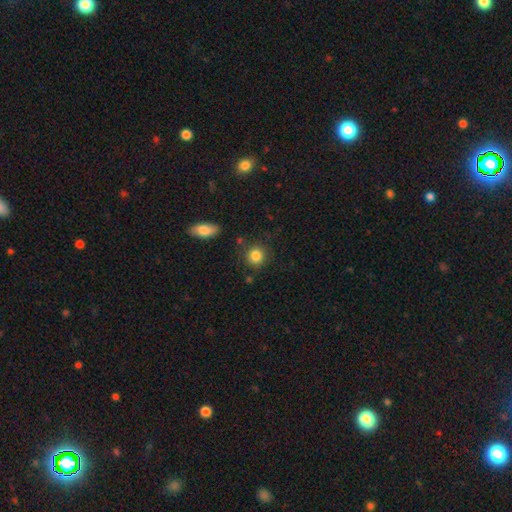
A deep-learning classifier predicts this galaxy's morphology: Smooth or featured? Predicted: smooth (p=0.86). How rounded? Predicted: round (p=0.86). Merging? Predicted: none (p=0.82).